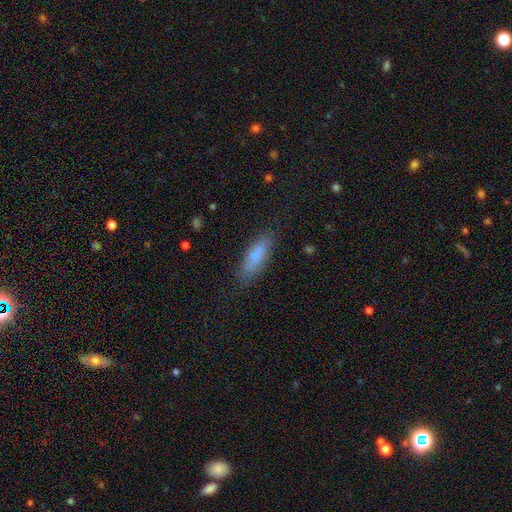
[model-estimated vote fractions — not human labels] Morphology: type=smooth (72%); roundness=in between (63%); merging=none (80%).